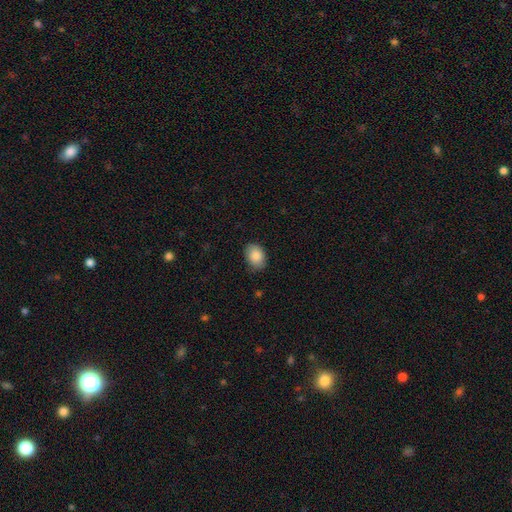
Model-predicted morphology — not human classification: A smooth galaxy with no disk features (87%) that is in between round and cigar-shaped (73%). Merging: none (84%).